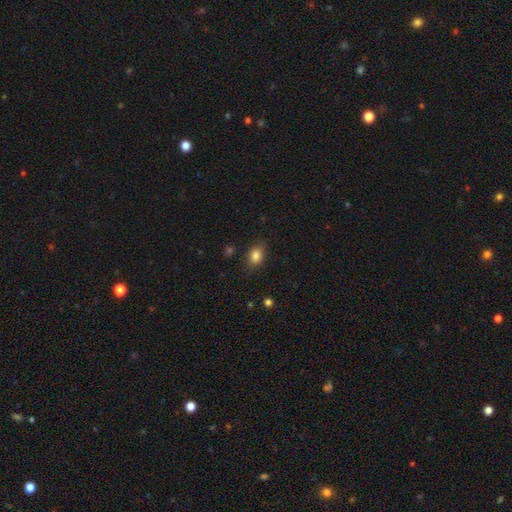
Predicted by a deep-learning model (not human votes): Overall: smooth (84%). How rounded: in between (75%). Merging: none (81%).